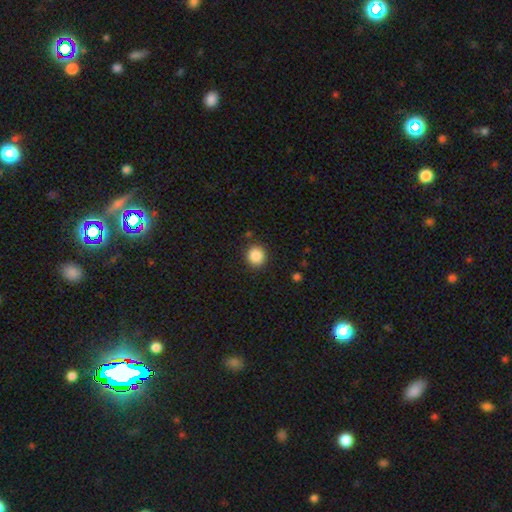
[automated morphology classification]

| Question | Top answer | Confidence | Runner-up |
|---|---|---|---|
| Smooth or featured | smooth | 87% | star or artifact (10%) |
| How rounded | round | 91% | in between (8%) |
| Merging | none | 89% | minor disturbance (7%) |